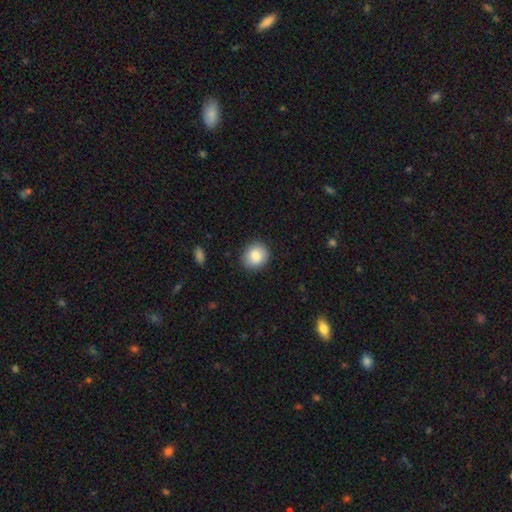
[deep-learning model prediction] Smooth or featured? smooth (86%)
How rounded? round (77%)
Merging? none (88%)